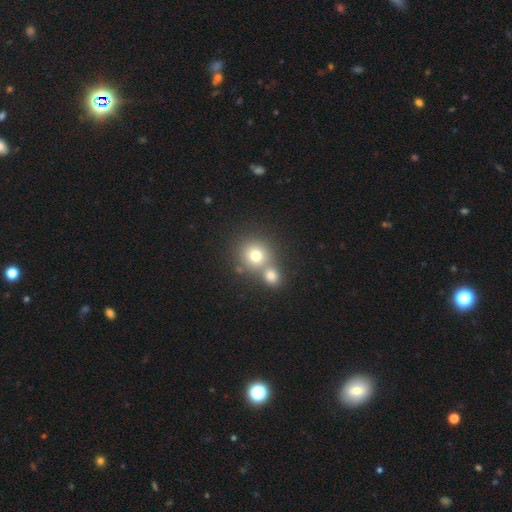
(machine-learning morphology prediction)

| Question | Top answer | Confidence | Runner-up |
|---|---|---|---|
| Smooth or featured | smooth | 74% | star or artifact (14%) |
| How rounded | round | 87% | in between (12%) |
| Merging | none | 48% | merger (43%) |